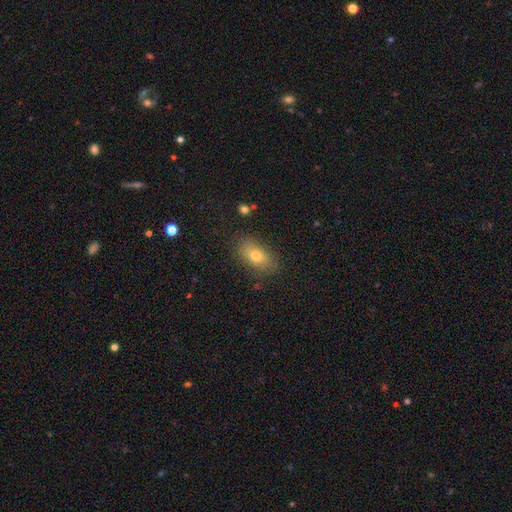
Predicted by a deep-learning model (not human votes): The model was most divided on "smooth or featured": smooth: 74%, featured or disk: 15%, star or artifact: 11%. More confident: how rounded — in between (84%); merging — none (82%).